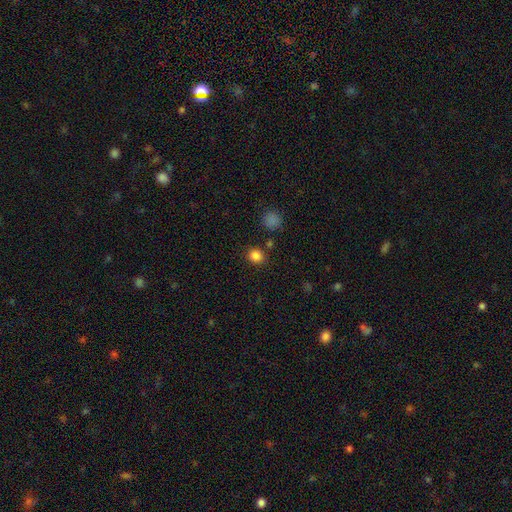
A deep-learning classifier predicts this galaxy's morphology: smooth 84%, star or artifact 12%, featured or disk 4%. Down the decision tree: how rounded — round (79%); merging — none (84%).